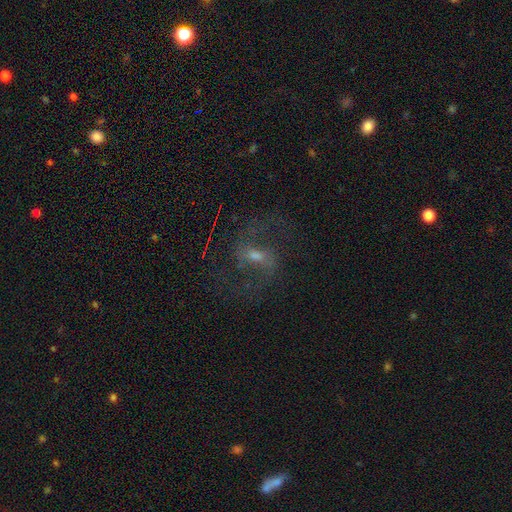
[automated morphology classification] smooth_or_featured: featured or disk (p=0.81) [alt: star or artifact p=0.10]
disk_edge_on: no (p=0.97) [alt: yes p=0.03]
bar: weak (p=0.56) [alt: strong p=0.25]
has_spiral_arms: yes (p=0.93) [alt: no p=0.07]
spiral_winding: medium (p=0.46) [alt: loose p=0.45]
spiral_arm_count: 2 (p=0.90) [alt: can't tell p=0.04]
bulge_size: moderate (p=0.48) [alt: small p=0.42]
merging: none (p=0.72) [alt: minor disturbance p=0.13]